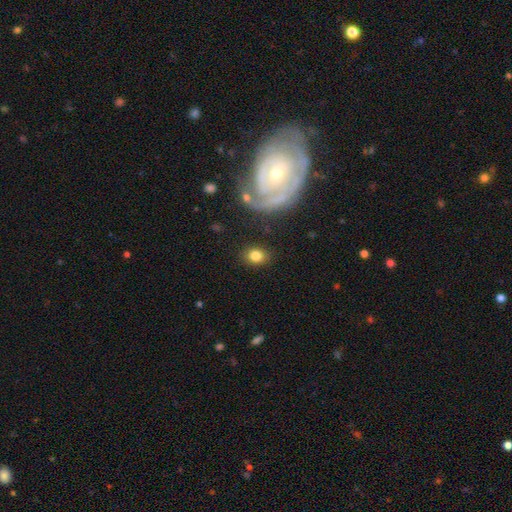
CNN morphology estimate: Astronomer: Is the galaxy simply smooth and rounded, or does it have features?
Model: smooth — 80%.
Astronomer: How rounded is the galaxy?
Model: round — 50% (runner-up: in between, 49%).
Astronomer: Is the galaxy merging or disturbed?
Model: none — 85%.